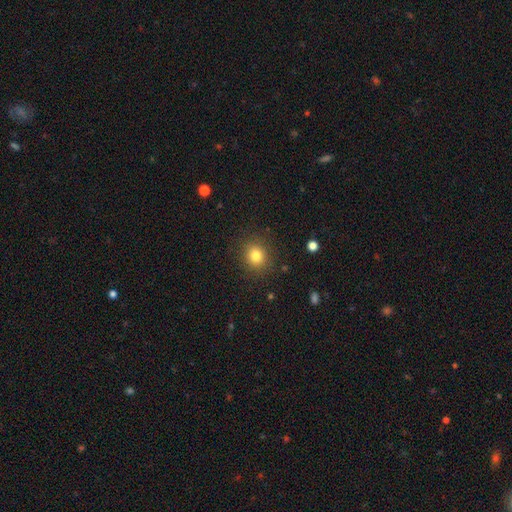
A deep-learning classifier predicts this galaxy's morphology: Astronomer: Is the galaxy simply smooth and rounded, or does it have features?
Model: smooth — 81%.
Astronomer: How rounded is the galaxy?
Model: round — 80%.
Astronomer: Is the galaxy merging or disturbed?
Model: none — 88%.